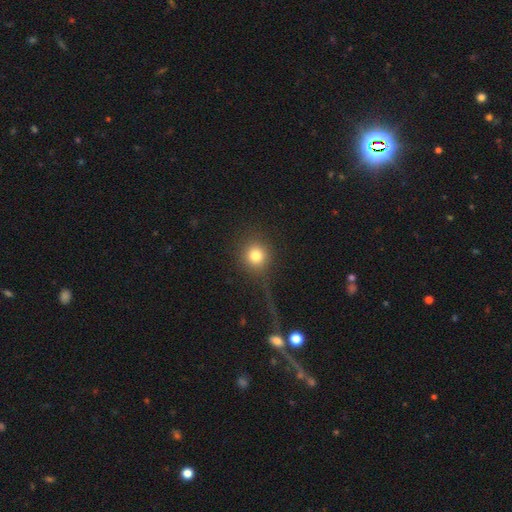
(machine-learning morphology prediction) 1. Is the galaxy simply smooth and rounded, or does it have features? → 79% smooth, 12% star or artifact, 8% featured or disk.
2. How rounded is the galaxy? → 88% round, 11% in between, 1% cigar-shaped.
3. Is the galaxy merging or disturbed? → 73% none, 12% major disturbance, 10% minor disturbance, 5% merger.